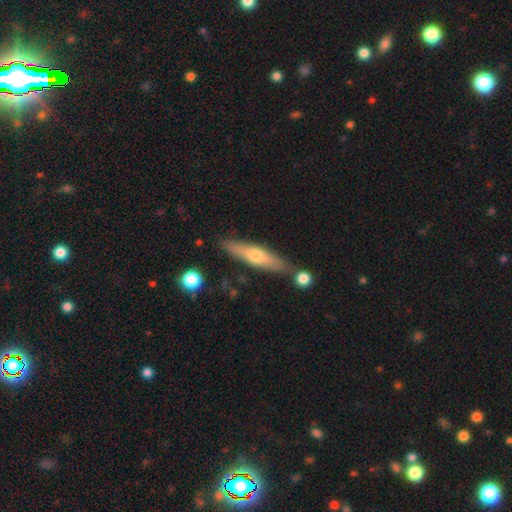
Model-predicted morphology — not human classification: The model was most divided on "smooth or featured": featured or disk: 49%, smooth: 46%, star or artifact: 6%. More confident: merging — none (79%).